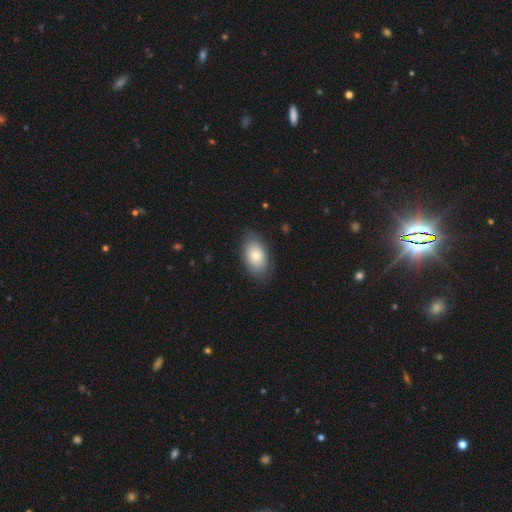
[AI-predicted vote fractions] Q: Smooth or featured?
A: smooth (80%); runner-up: featured or disk (13%)
Q: How rounded?
A: in between (91%); runner-up: round (8%)
Q: Merging?
A: none (82%); runner-up: minor disturbance (14%)